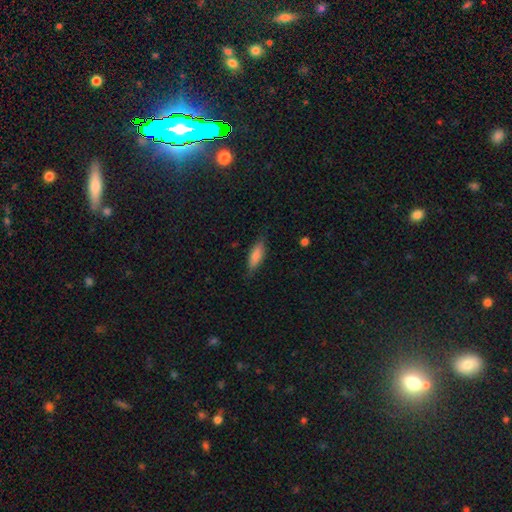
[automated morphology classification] Smooth or featured: smooth — 74% (featured or disk — 19%)
How rounded: in between — 56% (cigar-shaped — 42%)
Merging: none — 79% (minor disturbance — 17%)